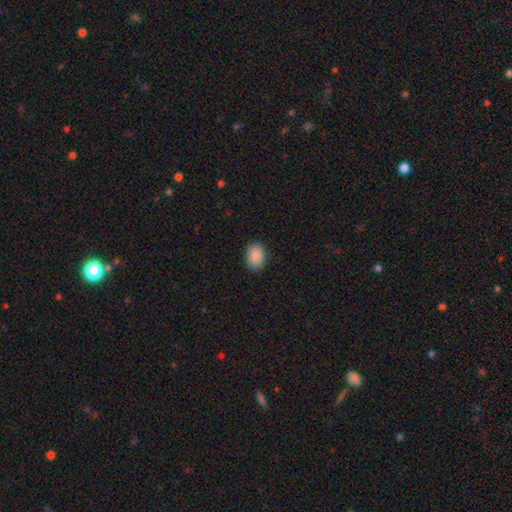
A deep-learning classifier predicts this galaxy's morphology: This appears to be a smooth galaxy with no disk features (88%) that is in between round and cigar-shaped (73%). Merging: none (89%).